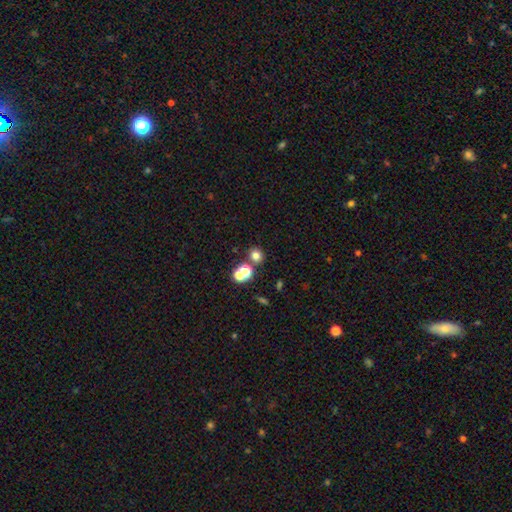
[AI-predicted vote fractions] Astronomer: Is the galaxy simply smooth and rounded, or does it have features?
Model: smooth — 71%.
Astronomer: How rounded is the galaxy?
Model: round — 80%.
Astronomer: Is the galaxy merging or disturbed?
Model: none — 65%.